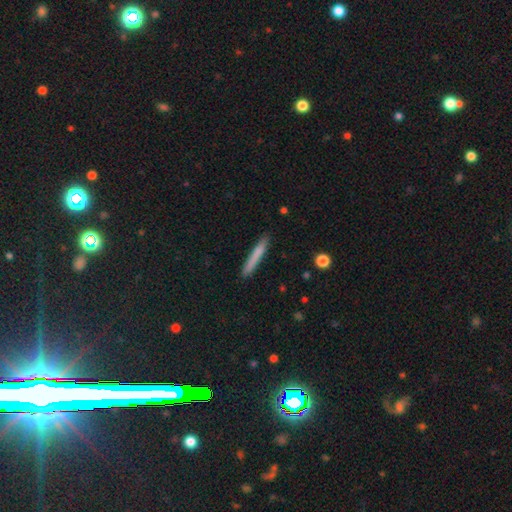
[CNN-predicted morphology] smooth-or-featured: smooth: 75% | featured or disk: 19% | star or artifact: 6%
  how-rounded: cigar-shaped: 96% | in between: 3% | round: 1%
  merging: none: 88% | minor disturbance: 9% | major disturbance: 2% | merger: 1%